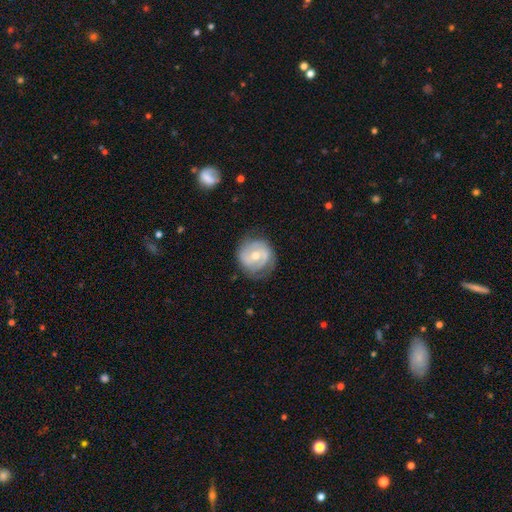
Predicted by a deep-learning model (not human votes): featured or disk 67%, smooth 27%, star or artifact 6%. Down the decision tree: edge-on disk — no (97%); bar — no (44%); spiral arms — yes (80%); spiral arm count — 2 (64%); spiral winding — tight (45%); bulge size — moderate (63%); merging — none (71%).